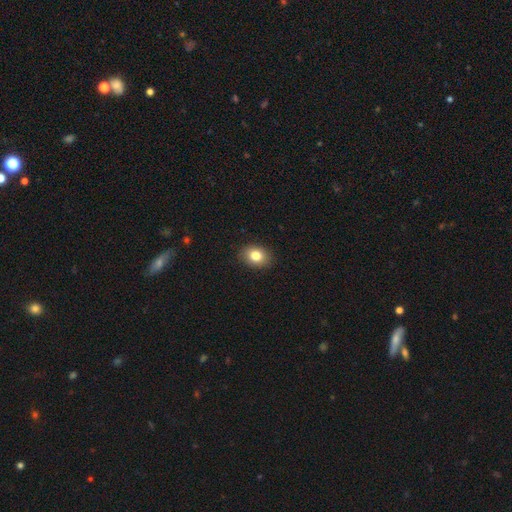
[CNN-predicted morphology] Smooth or featured? smooth (82%)
How rounded? in between (60%)
Merging? none (89%)